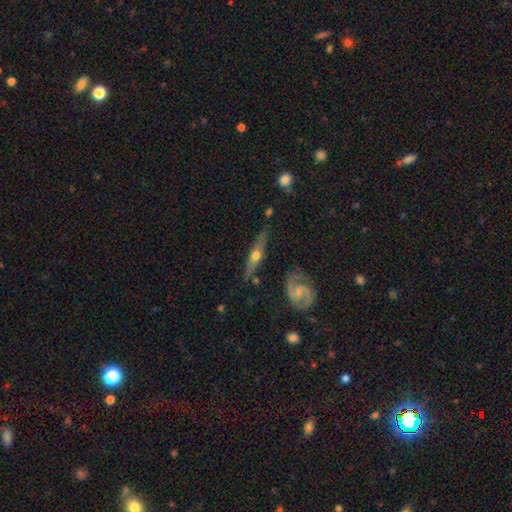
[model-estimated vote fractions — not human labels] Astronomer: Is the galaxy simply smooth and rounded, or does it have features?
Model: featured or disk — 72%.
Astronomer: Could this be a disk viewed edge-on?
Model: yes — 88%.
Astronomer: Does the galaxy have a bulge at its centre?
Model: rounded — 93%.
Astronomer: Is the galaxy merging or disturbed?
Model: none — 79%.